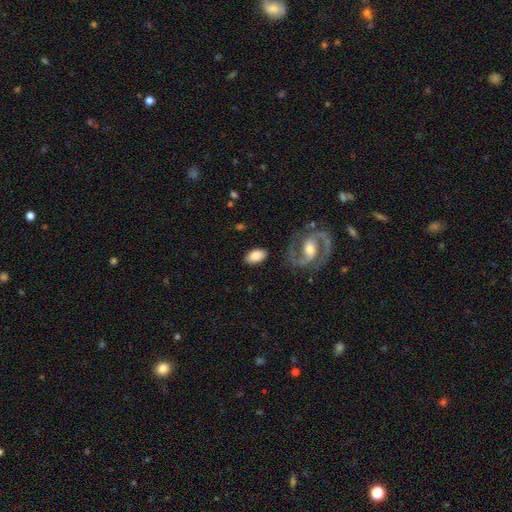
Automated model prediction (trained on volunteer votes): Smooth or featured? smooth (75%)
How rounded? in between (92%)
Merging? none (81%)